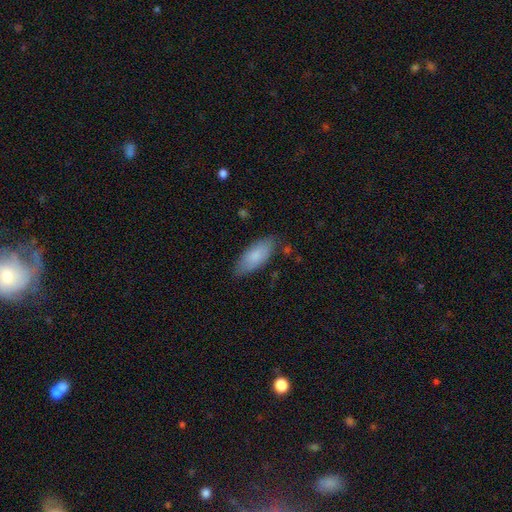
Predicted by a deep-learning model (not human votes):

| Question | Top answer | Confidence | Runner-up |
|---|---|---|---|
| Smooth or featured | smooth | 82% | featured or disk (13%) |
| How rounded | in between | 81% | cigar-shaped (17%) |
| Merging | none | 79% | minor disturbance (17%) |